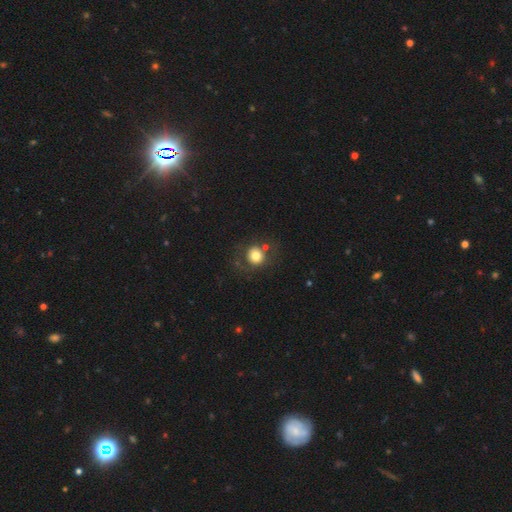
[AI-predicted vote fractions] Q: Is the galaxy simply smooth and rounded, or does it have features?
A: smooth — 74%.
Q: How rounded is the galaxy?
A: round — 87%.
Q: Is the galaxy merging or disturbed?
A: none — 70%.